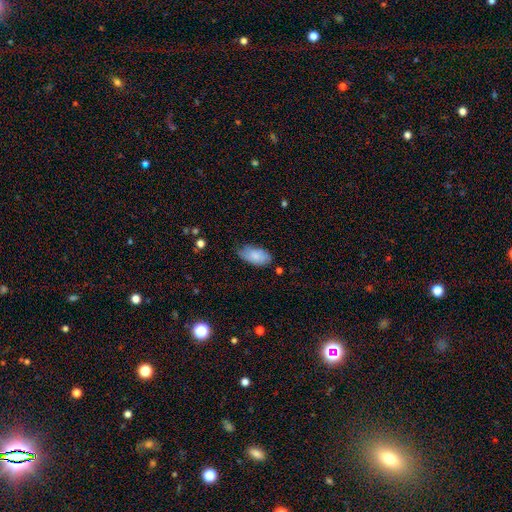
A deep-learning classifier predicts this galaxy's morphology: Smooth or featured?
  - smooth: 83% *
  - featured or disk: 11%
  - star or artifact: 6%
How rounded?
  - in between: 94% *
  - cigar-shaped: 3%
  - round: 2%
Merging?
  - none: 73% *
  - minor disturbance: 22%
  - major disturbance: 4%
  - merger: 2%